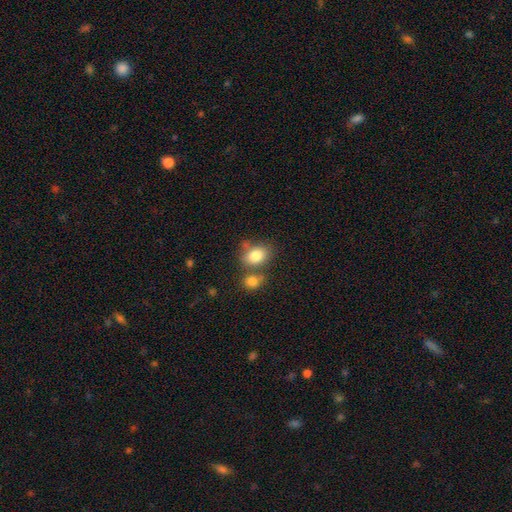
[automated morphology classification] Q: Smooth or featured?
A: smooth (82%); runner-up: featured or disk (9%)
Q: How rounded?
A: in between (67%); runner-up: round (32%)
Q: Merging?
A: none (51%); runner-up: merger (30%)